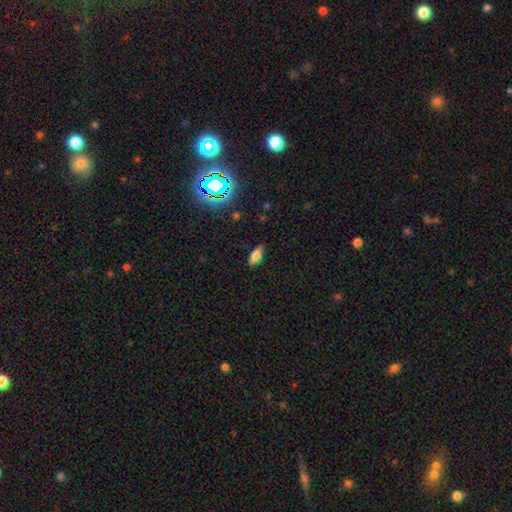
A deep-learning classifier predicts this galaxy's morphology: A smooth galaxy with no disk features (77%) that is in between round and cigar-shaped (80%). Merging: none (85%).